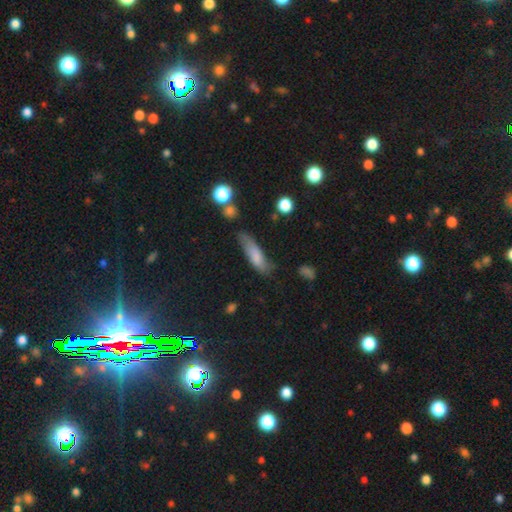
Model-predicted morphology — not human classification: type=smooth (74%); roundness=cigar-shaped (58%); merging=none (54%).